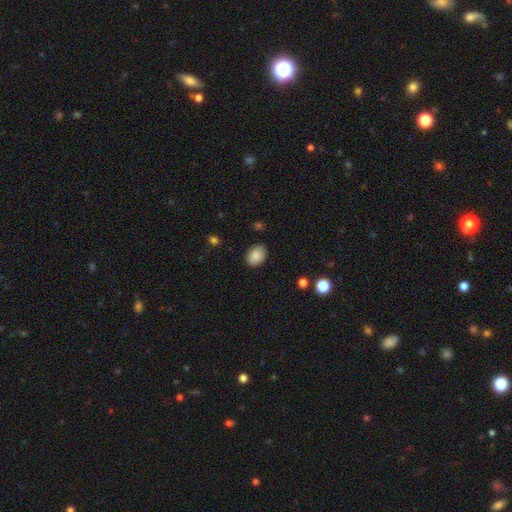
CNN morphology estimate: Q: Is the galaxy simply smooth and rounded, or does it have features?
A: smooth — 86%.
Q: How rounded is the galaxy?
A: in between — 72%.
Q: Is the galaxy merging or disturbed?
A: none — 86%.